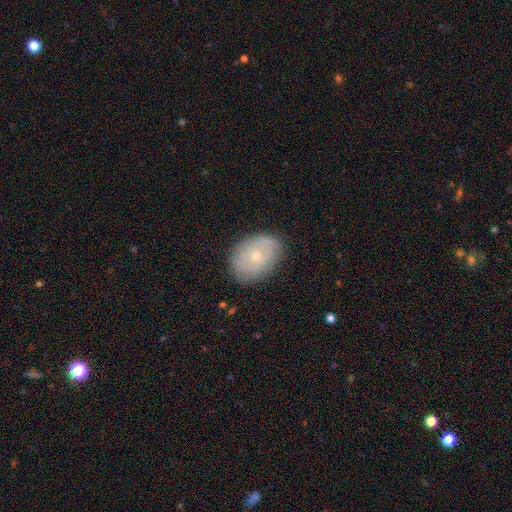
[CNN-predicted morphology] Q: Smooth or featured?
A: featured or disk (49%); runner-up: smooth (43%)
Q: Merging?
A: none (81%); runner-up: minor disturbance (15%)